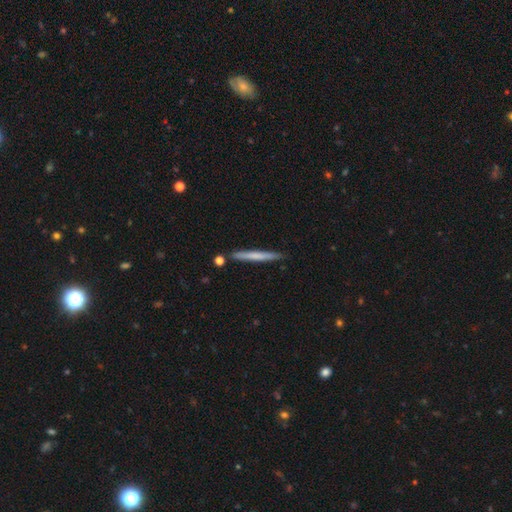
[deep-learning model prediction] Smooth or featured? smooth (60%)
How rounded? cigar-shaped (97%)
Merging? none (86%)